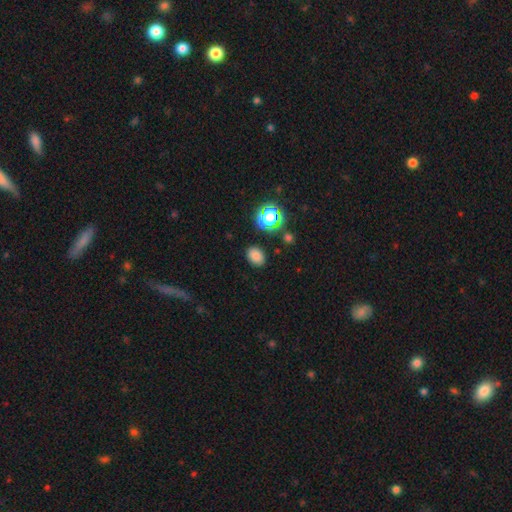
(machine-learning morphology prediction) Smooth or featured?
  - smooth: 76% *
  - star or artifact: 18%
  - featured or disk: 5%
How rounded?
  - in between: 71% *
  - round: 28%
  - cigar-shaped: 1%
Merging?
  - none: 85% *
  - minor disturbance: 10%
  - major disturbance: 3%
  - merger: 2%